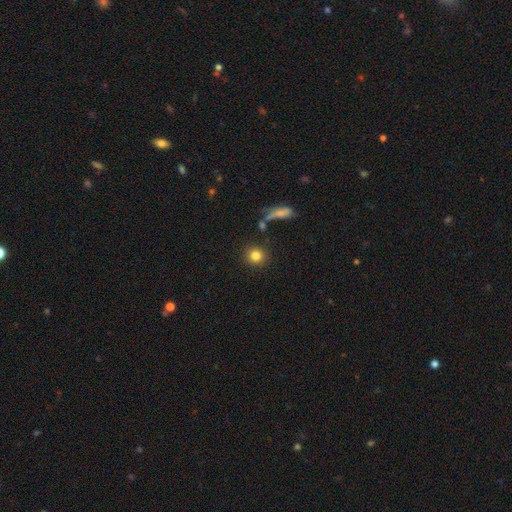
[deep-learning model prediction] This appears to be a smooth galaxy with no disk features (81%) that is round (89%). Merging: none (84%).